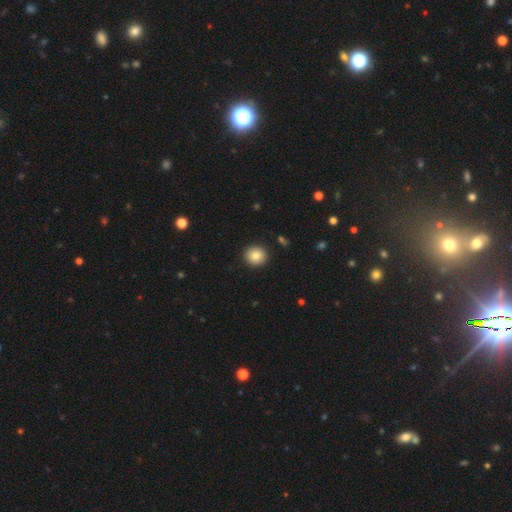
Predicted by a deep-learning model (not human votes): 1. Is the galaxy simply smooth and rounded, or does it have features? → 83% smooth, 9% star or artifact, 7% featured or disk.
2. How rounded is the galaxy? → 91% round, 8% in between, 1% cigar-shaped.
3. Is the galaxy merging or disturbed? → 92% none, 5% minor disturbance, 2% major disturbance, 1% merger.